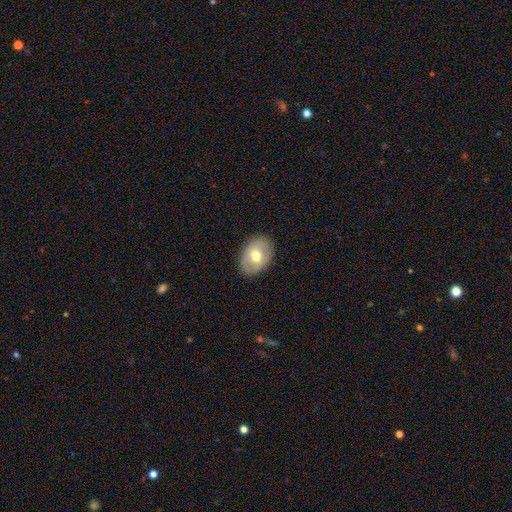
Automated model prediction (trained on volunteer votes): Overall: smooth (60%; featured or disk 33%). How rounded: in between (76%). Merging: none (86%).